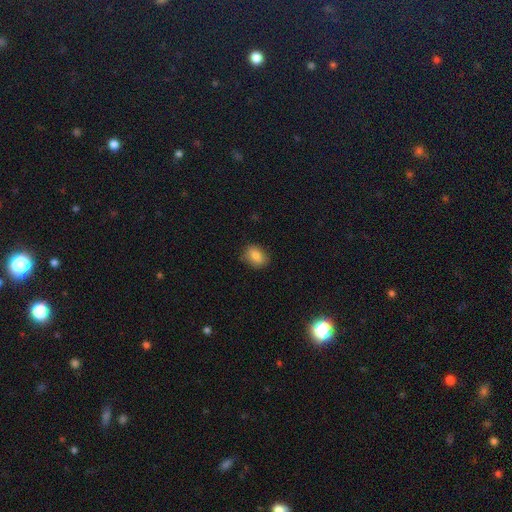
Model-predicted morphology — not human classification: This is clearly a smooth galaxy (82%). How rounded: likely in between (71%). Merging: likely none (80%).